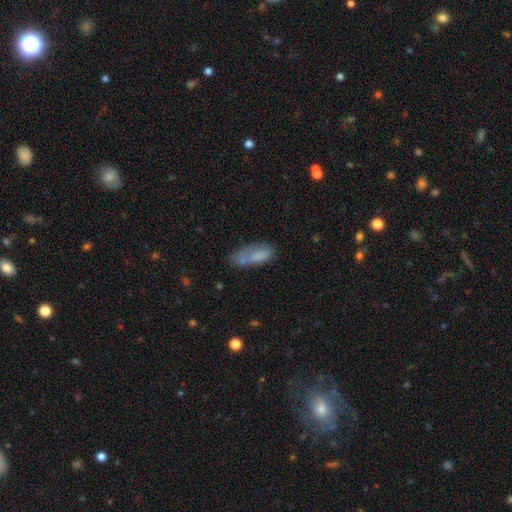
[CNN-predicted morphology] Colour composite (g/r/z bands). It shows a smooth galaxy with no disk features (74%) that is in between round and cigar-shaped (70%). Merging: none (43%).